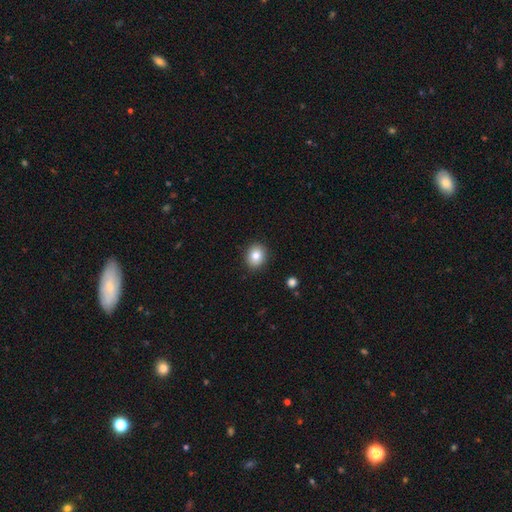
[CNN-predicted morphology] A smooth galaxy with no disk features (82%) that is round (68%). Merging: none (90%).